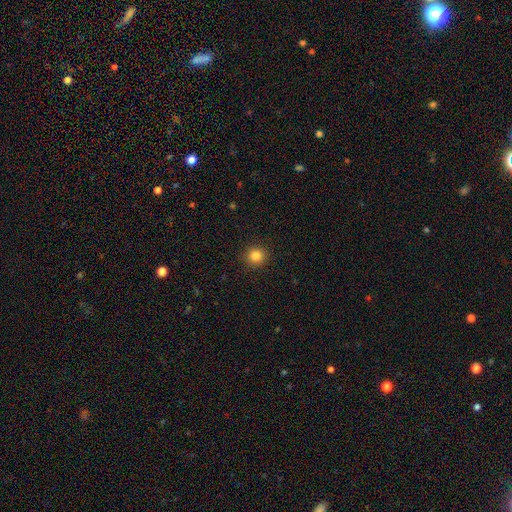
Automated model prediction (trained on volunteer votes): The model was most divided on "smooth or featured": smooth: 84%, star or artifact: 12%, featured or disk: 4%. More confident: how rounded — round (92%); merging — none (92%).